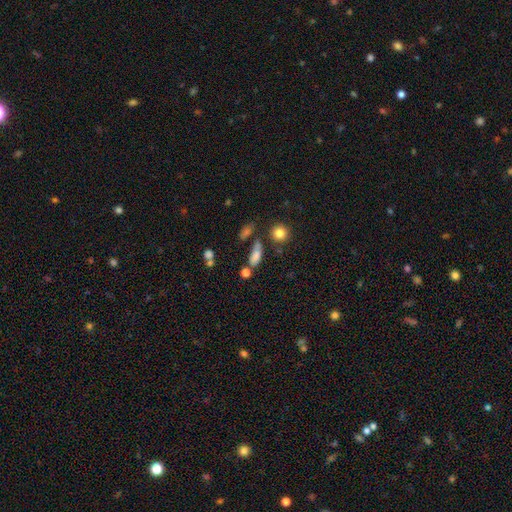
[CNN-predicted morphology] The model was most divided on "merging": none: 56%, merger: 18%, minor disturbance: 18%, major disturbance: 8%. More confident: smooth or featured — smooth (77%); how rounded — in between (71%).